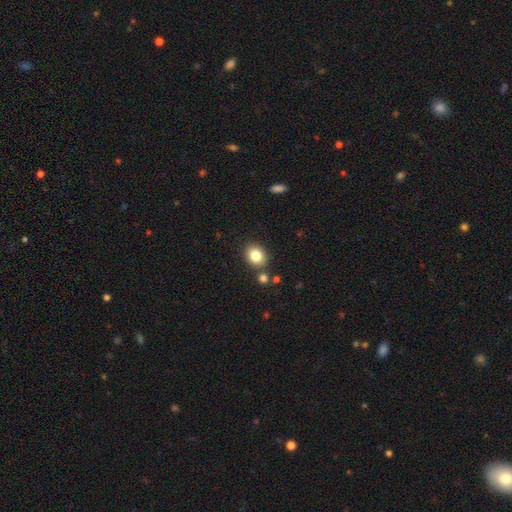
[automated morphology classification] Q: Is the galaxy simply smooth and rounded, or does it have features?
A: smooth — 83%.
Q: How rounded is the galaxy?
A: round — 53%.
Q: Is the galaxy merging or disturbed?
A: none — 81%.